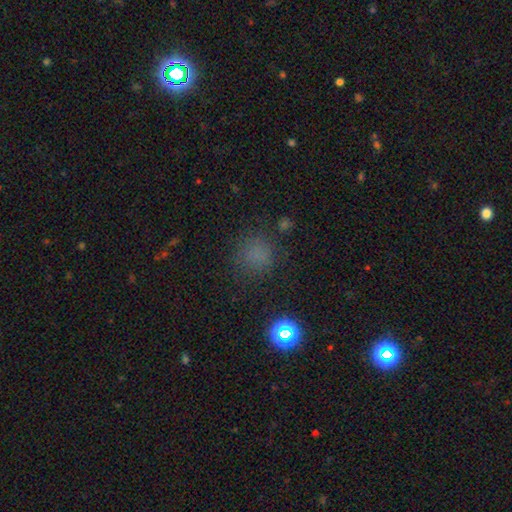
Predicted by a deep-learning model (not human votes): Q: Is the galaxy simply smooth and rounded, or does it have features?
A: smooth — 67%.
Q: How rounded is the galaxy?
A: round — 89%.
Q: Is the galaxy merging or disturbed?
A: none — 80%.